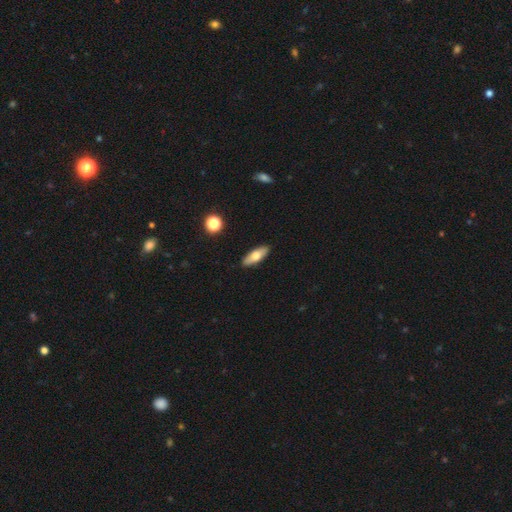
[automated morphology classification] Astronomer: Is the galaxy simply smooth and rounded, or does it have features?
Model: smooth — 63%.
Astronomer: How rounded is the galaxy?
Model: in between — 63%.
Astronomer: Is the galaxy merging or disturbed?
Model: none — 89%.